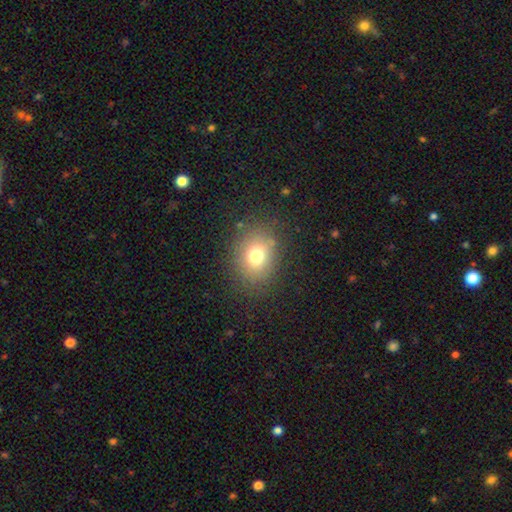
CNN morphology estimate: Smooth or featured: smooth — 74% (star or artifact — 15%)
How rounded: round — 57% (in between — 42%)
Merging: none — 82% (minor disturbance — 11%)